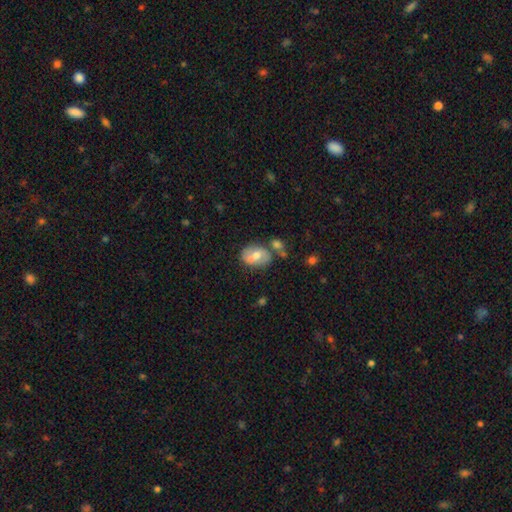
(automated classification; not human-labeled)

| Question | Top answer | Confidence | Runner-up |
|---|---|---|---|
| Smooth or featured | smooth | 51% | featured or disk (41%) |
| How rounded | in between | 80% | round (19%) |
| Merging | none | 55% | minor disturbance (20%) |